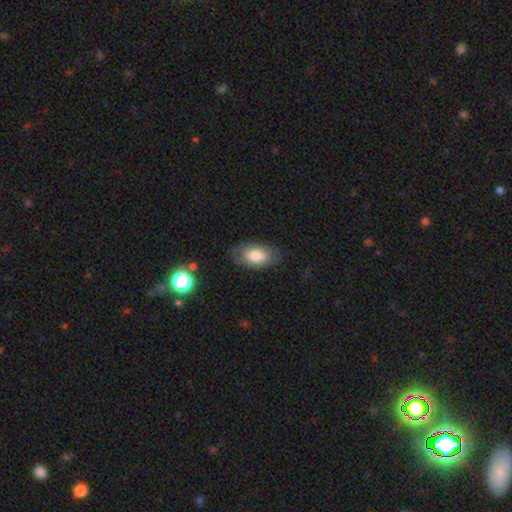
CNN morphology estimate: A smooth galaxy with no disk features (79%) that is in between round and cigar-shaped (93%). Merging: none (76%).